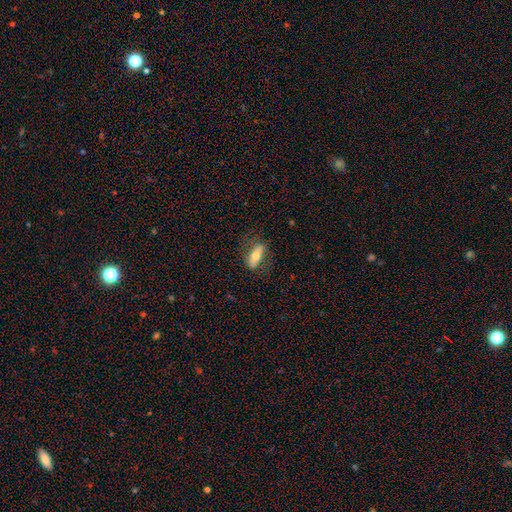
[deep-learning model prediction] smooth 57%, featured or disk 36%, star or artifact 7%. Down the decision tree: how rounded — in between (65%); merging — none (73%).